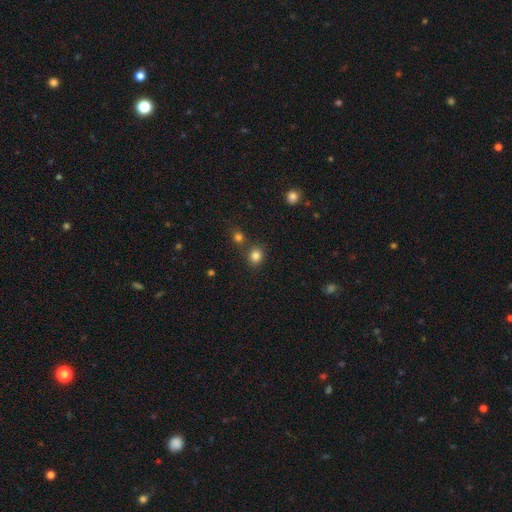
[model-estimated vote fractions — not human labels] Q: Smooth or featured?
A: smooth (82%); runner-up: star or artifact (13%)
Q: How rounded?
A: round (76%); runner-up: in between (23%)
Q: Merging?
A: none (77%); runner-up: merger (12%)